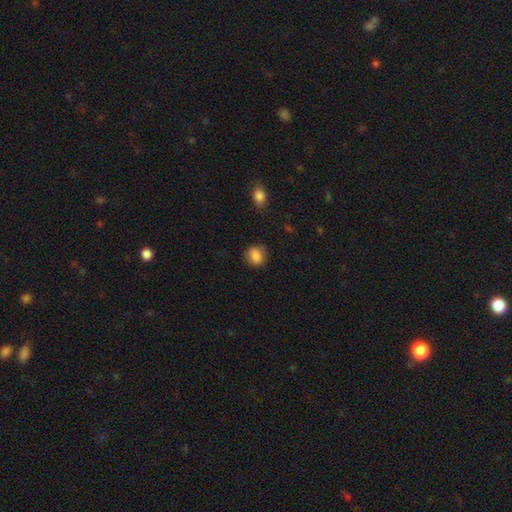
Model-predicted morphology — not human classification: smooth_or_featured: smooth (p=0.85) [alt: star or artifact p=0.08]
how_rounded: round (p=0.67) [alt: in between p=0.32]
merging: none (p=0.81) [alt: minor disturbance p=0.14]